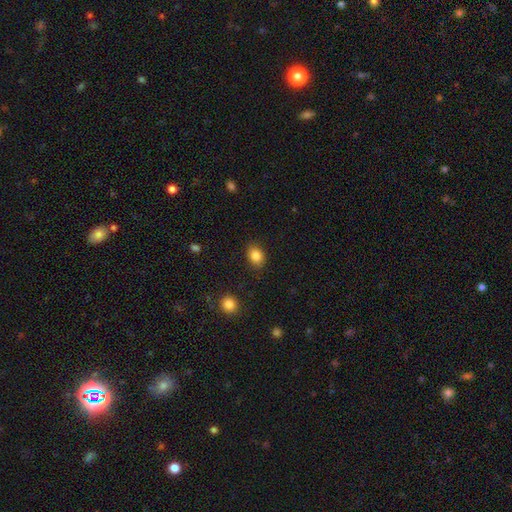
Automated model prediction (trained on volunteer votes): Smooth or featured: smooth — 85% (star or artifact — 9%)
How rounded: in between — 62% (round — 37%)
Merging: none — 86% (minor disturbance — 10%)